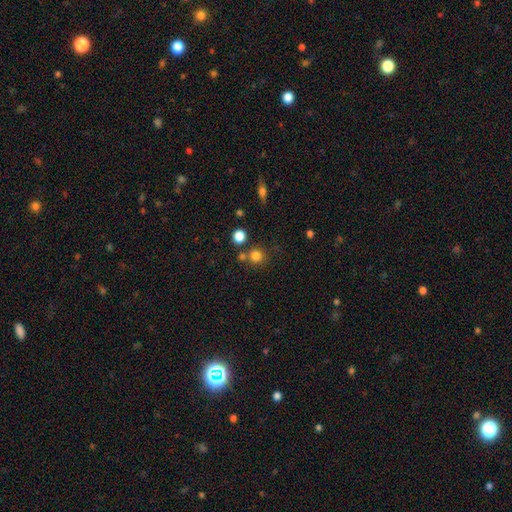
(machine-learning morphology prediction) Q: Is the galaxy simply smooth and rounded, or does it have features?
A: smooth — 80%.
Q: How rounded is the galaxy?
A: round — 91%.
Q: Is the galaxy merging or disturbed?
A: none — 70%.